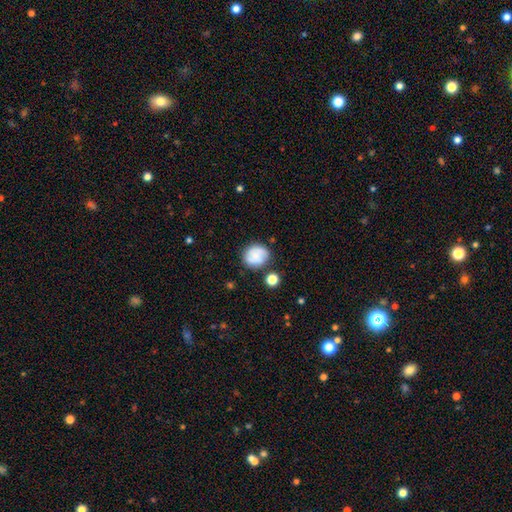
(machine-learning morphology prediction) A smooth galaxy with no disk features (69%) that is round (76%). Merging: none (73%).